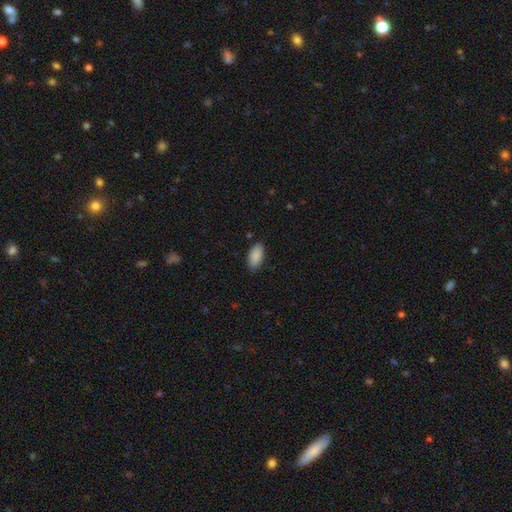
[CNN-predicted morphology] This is clearly a smooth galaxy (90%). How rounded: clearly in between (93%). Merging: clearly none (84%).